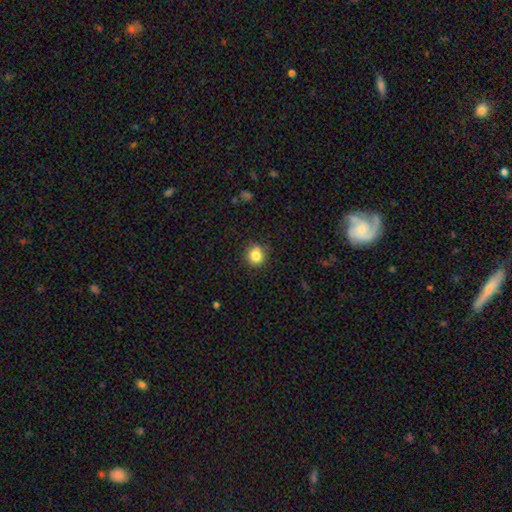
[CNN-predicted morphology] Smooth or featured? Predicted: smooth (p=0.84). How rounded? Predicted: round (p=0.87). Merging? Predicted: none (p=0.85).